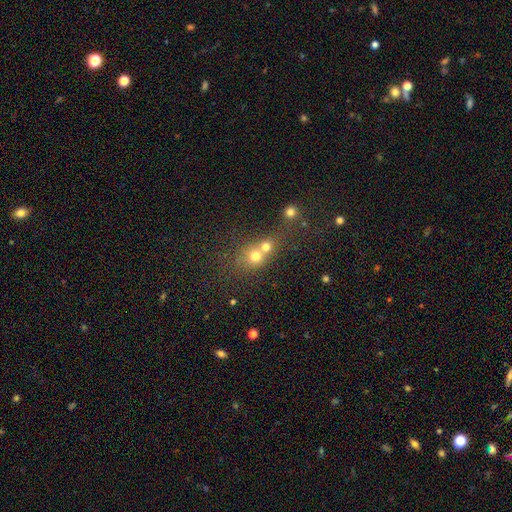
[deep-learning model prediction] Smooth or featured: smooth — 66% (star or artifact — 18%)
How rounded: round — 78% (in between — 21%)
Merging: merger — 57% (none — 33%)